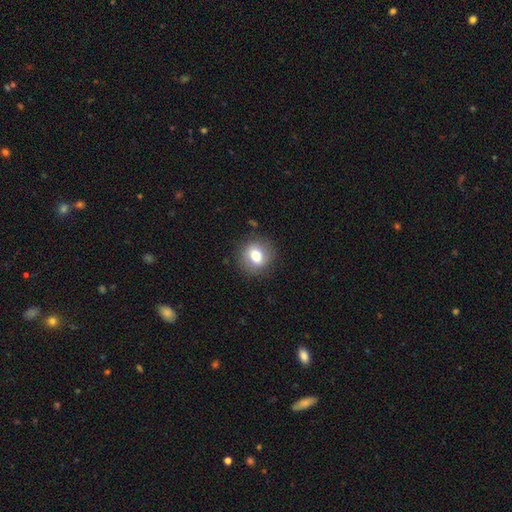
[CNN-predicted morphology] Smooth or featured? Predicted: smooth (p=0.74). How rounded? Predicted: round (p=0.72). Merging? Predicted: none (p=0.85).